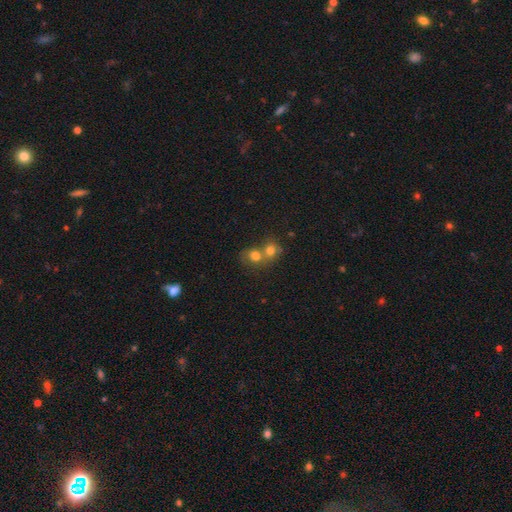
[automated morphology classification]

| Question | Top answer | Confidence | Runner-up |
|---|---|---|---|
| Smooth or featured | smooth | 73% | featured or disk (14%) |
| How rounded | round | 73% | in between (26%) |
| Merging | merger | 64% | none (27%) |